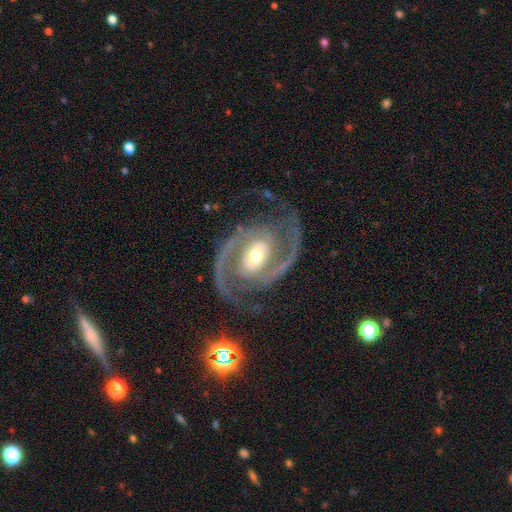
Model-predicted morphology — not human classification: smooth_or_featured: featured or disk (p=0.94) [alt: star or artifact p=0.04]
disk_edge_on: no (p=0.98) [alt: yes p=0.02]
bar: no (p=0.40) [alt: weak p=0.35]
has_spiral_arms: yes (p=0.99) [alt: no p=0.01]
spiral_winding: medium (p=0.57) [alt: tight p=0.34]
spiral_arm_count: 2 (p=0.93) [alt: 3 p=0.02]
bulge_size: moderate (p=0.66) [alt: small p=0.26]
merging: none (p=0.79) [alt: minor disturbance p=0.13]